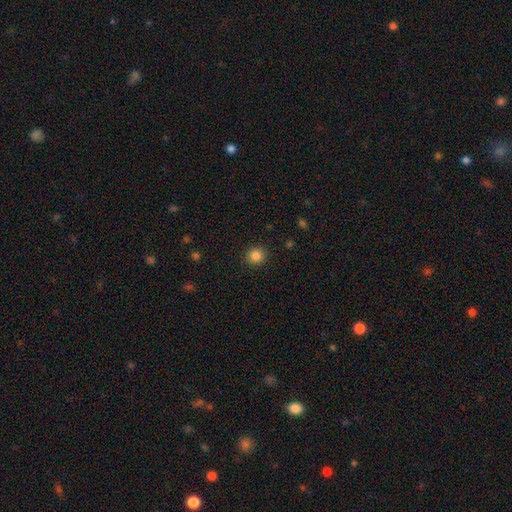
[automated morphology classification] smooth-or-featured: smooth: 85% | star or artifact: 11% | featured or disk: 4%
  how-rounded: round: 88% | in between: 11% | cigar-shaped: 1%
  merging: none: 91% | minor disturbance: 6% | major disturbance: 2% | merger: 1%